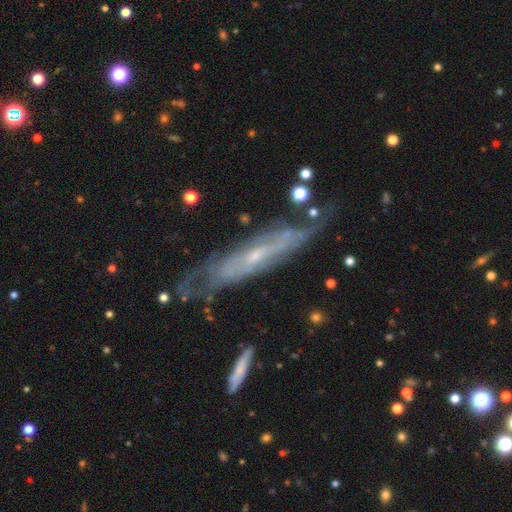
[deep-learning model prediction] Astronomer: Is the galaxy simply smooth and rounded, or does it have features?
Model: featured or disk — 78%.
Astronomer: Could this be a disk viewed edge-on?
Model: no — 61% (runner-up: yes, 39%).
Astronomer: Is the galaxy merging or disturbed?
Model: none — 69%.